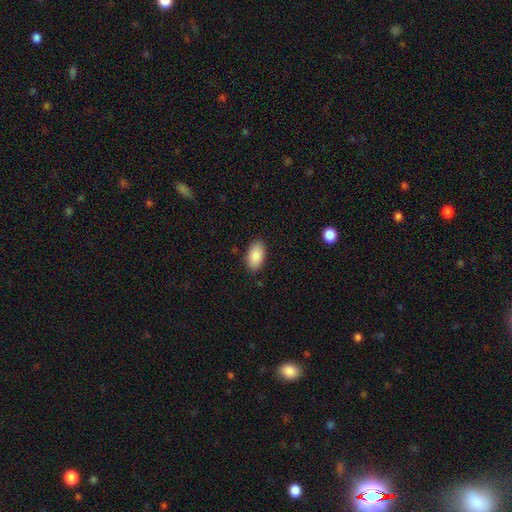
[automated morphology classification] type=smooth (88%); roundness=in between (95%); merging=none (87%).